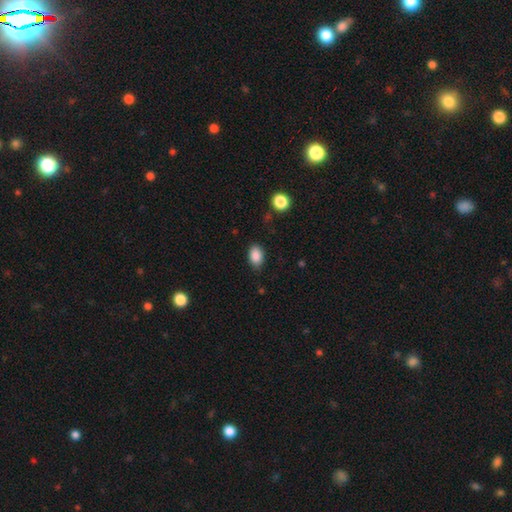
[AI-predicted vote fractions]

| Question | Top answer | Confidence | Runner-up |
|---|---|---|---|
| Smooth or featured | smooth | 88% | star or artifact (8%) |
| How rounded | in between | 86% | round (12%) |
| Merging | none | 82% | minor disturbance (13%) |